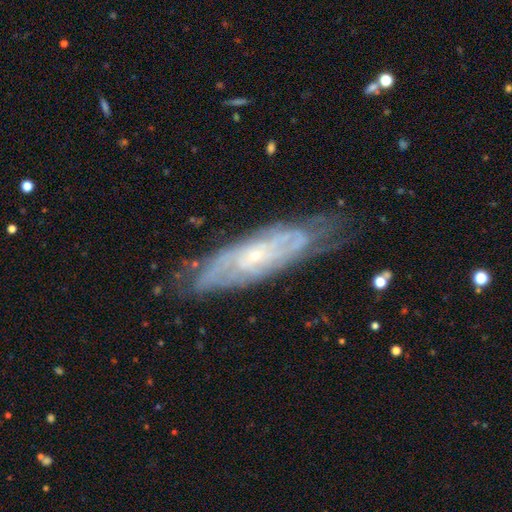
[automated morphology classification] This appears to be a featured or disk galaxy (81%) with no bar (70%), tight (67%) spiral arms (92%) and a small central bulge (81%). Merging: none (73%).